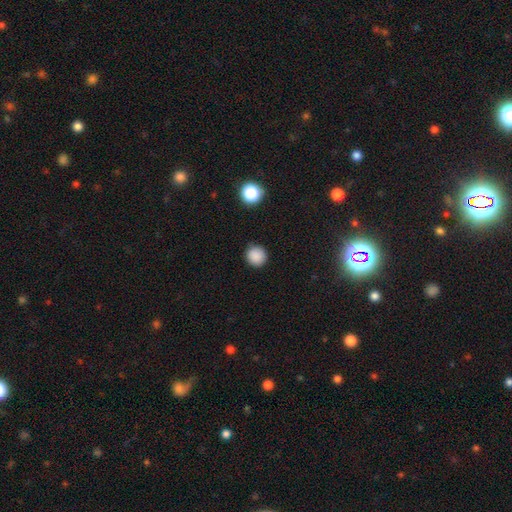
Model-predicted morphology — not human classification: A smooth galaxy with no disk features (87%) that is round (94%).

Vote fractions:
- Smooth or featured? smooth: 87% / star or artifact: 10% / featured or disk: 3%
- How rounded? round: 94% / in between: 5% / cigar-shaped: 1%
- Merging? none: 90% / minor disturbance: 6% / major disturbance: 2% / merger: 1%